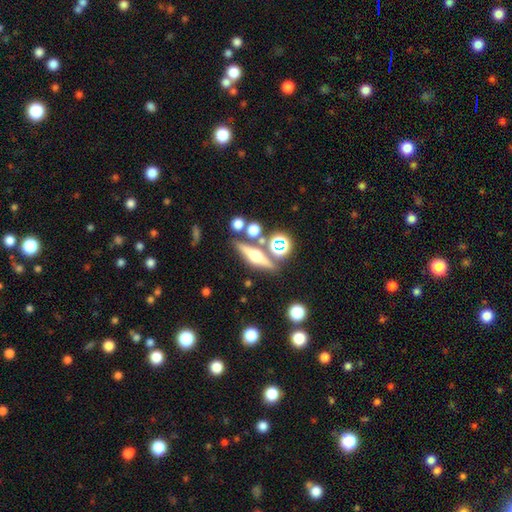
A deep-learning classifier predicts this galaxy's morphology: featured or disk 65%, smooth 23%, star or artifact 13%. Down the decision tree: edge-on disk — yes (93%); edge-on bulge — rounded (95%); merging — none (76%).